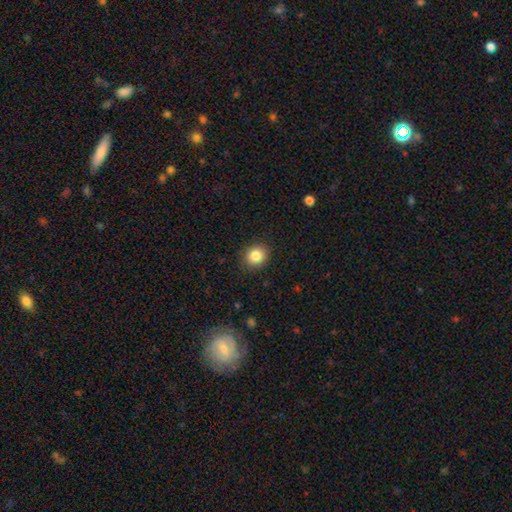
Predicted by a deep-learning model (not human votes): Smooth or featured? smooth (85%)
How rounded? round (78%)
Merging? none (89%)